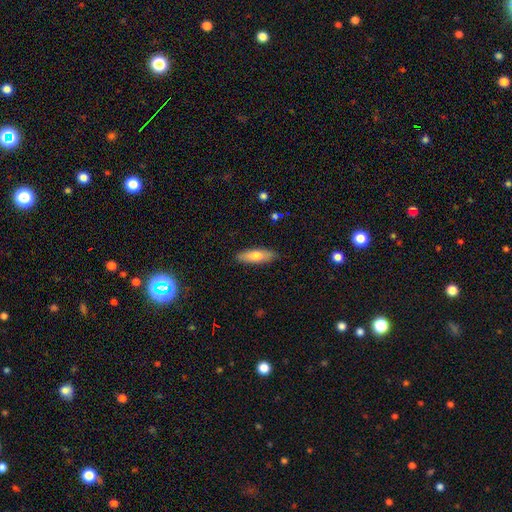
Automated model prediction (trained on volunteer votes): smooth 72%, featured or disk 22%, star or artifact 6%. Down the decision tree: how rounded — cigar-shaped (50%); merging — none (87%).